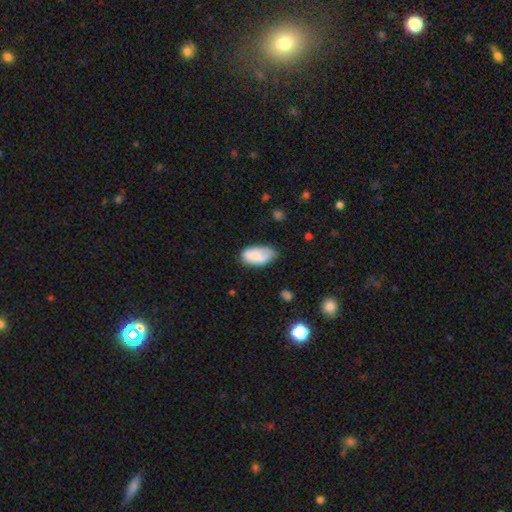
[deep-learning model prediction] Overall: smooth (74%). How rounded: in between (94%). Merging: none (57%; minor disturbance 31%).